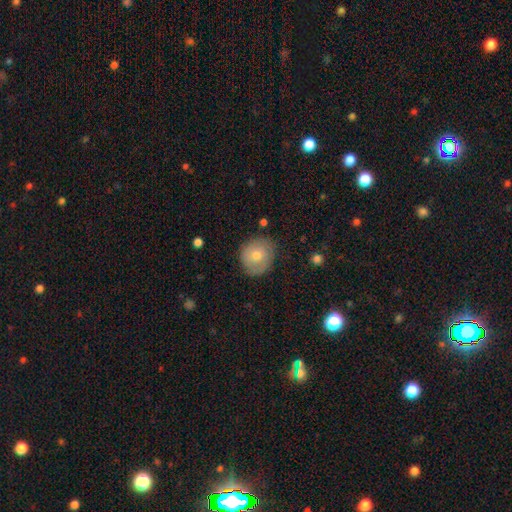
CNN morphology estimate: Smooth or featured? Predicted: smooth (p=0.68). How rounded? Predicted: round (p=0.79). Merging? Predicted: none (p=0.78).